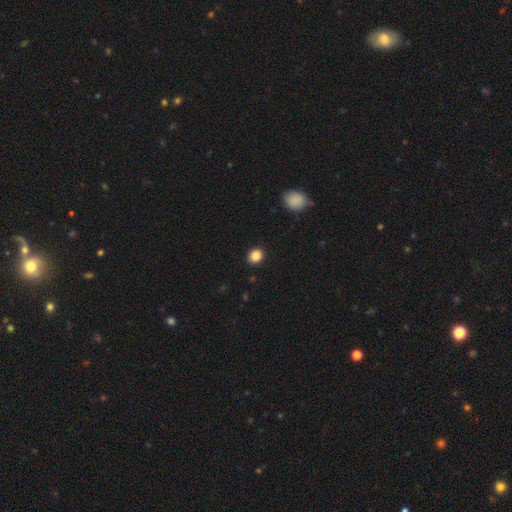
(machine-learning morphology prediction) smooth_or_featured: smooth (p=0.86) [alt: star or artifact p=0.10]
how_rounded: round (p=0.65) [alt: in between p=0.34]
merging: none (p=0.91) [alt: minor disturbance p=0.06]